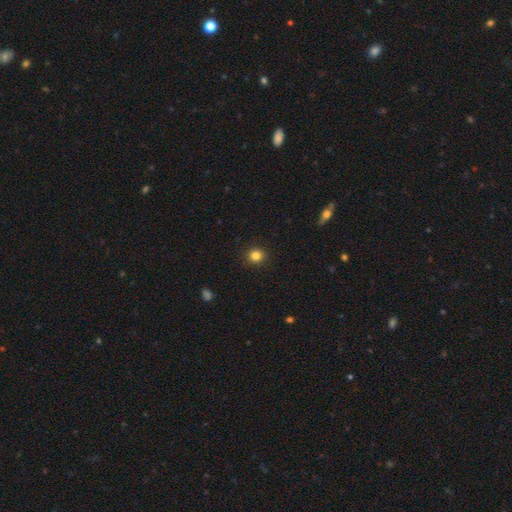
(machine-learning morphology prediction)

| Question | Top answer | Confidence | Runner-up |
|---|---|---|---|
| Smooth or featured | smooth | 83% | star or artifact (12%) |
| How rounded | round | 88% | in between (11%) |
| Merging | none | 92% | minor disturbance (5%) |